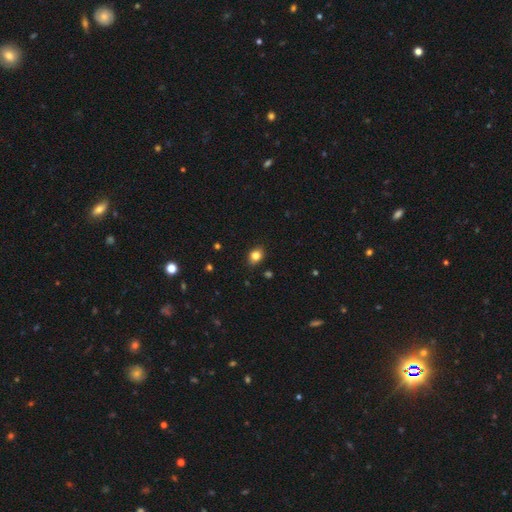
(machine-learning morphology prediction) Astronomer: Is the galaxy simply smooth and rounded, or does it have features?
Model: smooth — 82%.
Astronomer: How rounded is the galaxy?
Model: in between — 55% (runner-up: round, 43%).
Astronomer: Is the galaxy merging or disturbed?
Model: none — 83%.